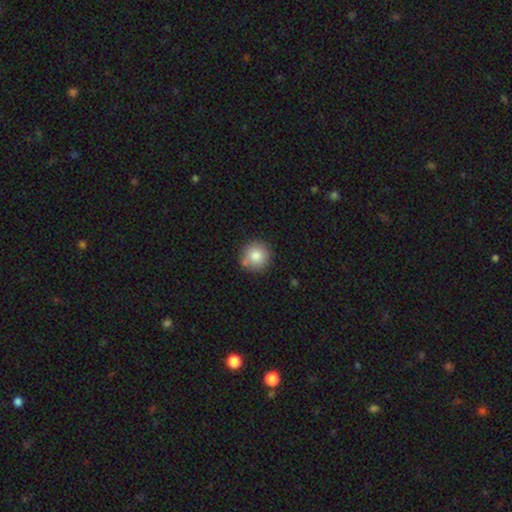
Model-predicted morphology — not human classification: The model was most divided on "merging": none: 79%, minor disturbance: 11%, merger: 7%, major disturbance: 3%. More confident: how rounded — round (94%); smooth or featured — smooth (84%).